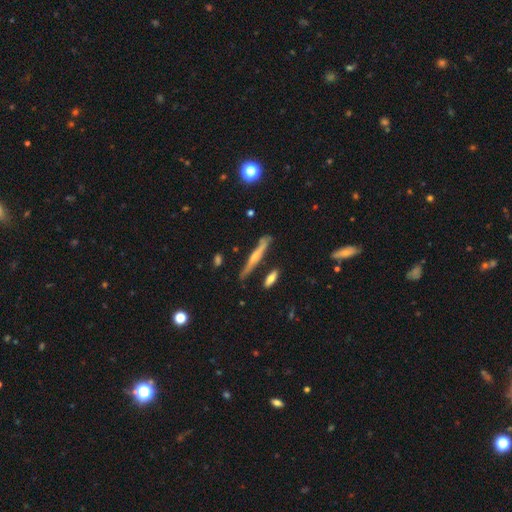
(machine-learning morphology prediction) type=featured or disk (59%); edge-on=yes (94%); edge-on bulge=rounded (60%); merging=none (77%).